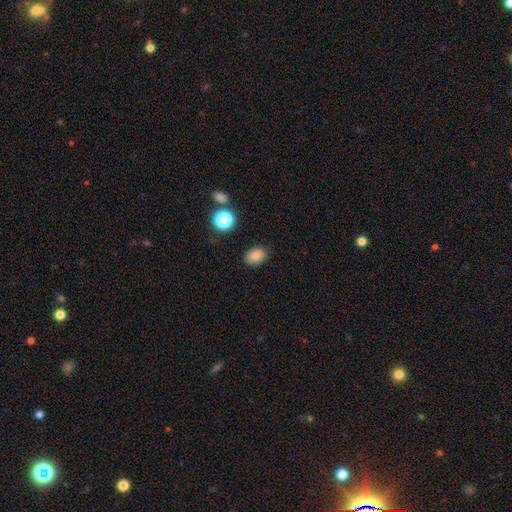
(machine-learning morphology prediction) smooth-or-featured: smooth: 82% | star or artifact: 12% | featured or disk: 6%
  how-rounded: in between: 74% | round: 24% | cigar-shaped: 1%
  merging: none: 83% | minor disturbance: 12% | major disturbance: 3% | merger: 2%